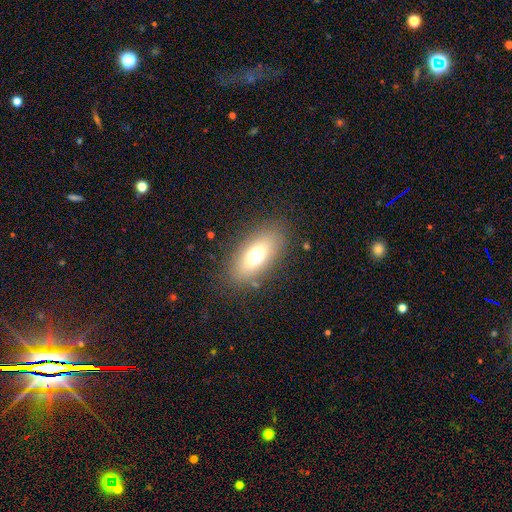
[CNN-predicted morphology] Smooth or featured? Predicted: smooth (p=0.68). How rounded? Predicted: in between (p=0.82). Merging? Predicted: none (p=0.83).